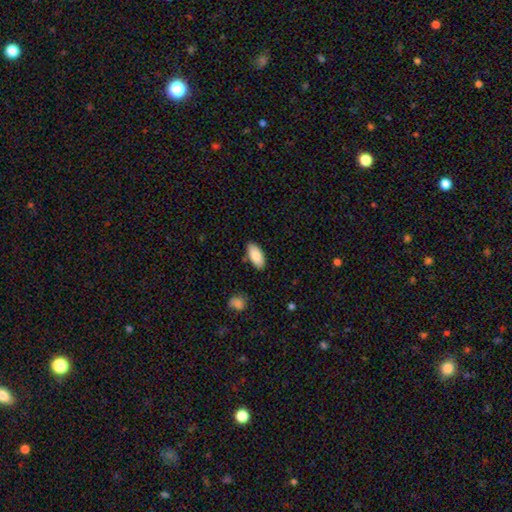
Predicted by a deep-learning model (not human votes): Q: Smooth or featured?
A: smooth (85%); runner-up: featured or disk (9%)
Q: How rounded?
A: in between (92%); runner-up: cigar-shaped (6%)
Q: Merging?
A: none (84%); runner-up: minor disturbance (11%)